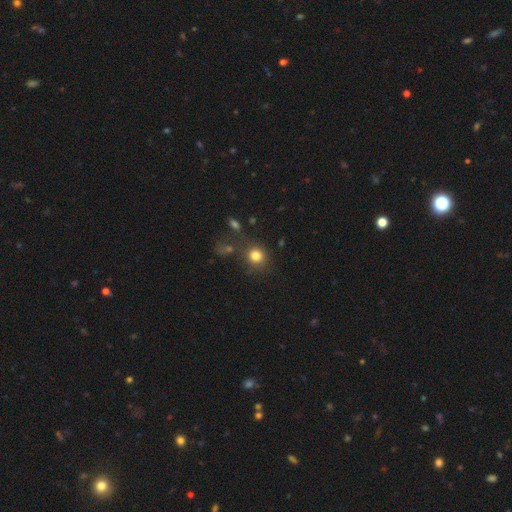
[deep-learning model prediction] Smooth or featured: smooth — 80% (star or artifact — 13%)
How rounded: round — 85% (in between — 14%)
Merging: none — 72% (minor disturbance — 12%)